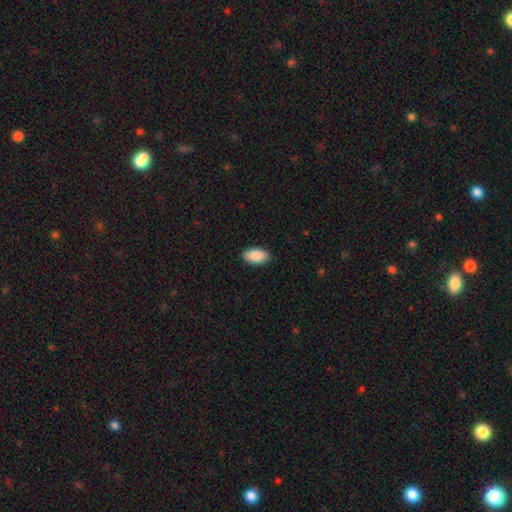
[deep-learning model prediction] Q: Smooth or featured?
A: smooth (90%); runner-up: star or artifact (6%)
Q: How rounded?
A: in between (95%); runner-up: round (3%)
Q: Merging?
A: none (90%); runner-up: minor disturbance (8%)